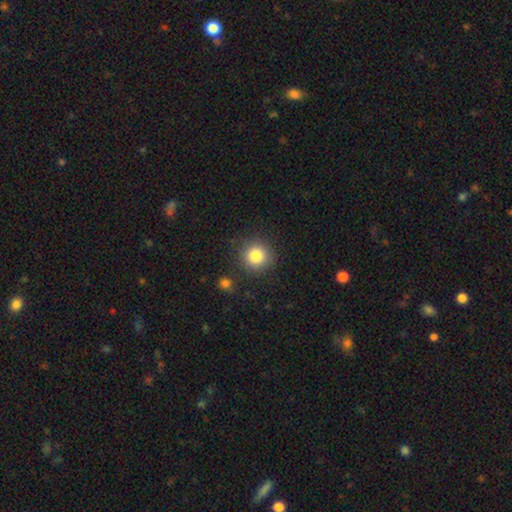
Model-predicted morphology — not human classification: The model was most divided on "smooth or featured": smooth: 84%, star or artifact: 10%, featured or disk: 6%. More confident: how rounded — round (93%); merging — none (86%).